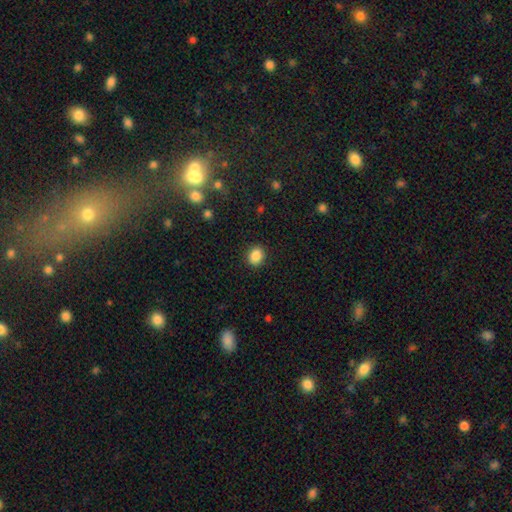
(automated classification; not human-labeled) Q: Smooth or featured?
A: smooth (87%); runner-up: star or artifact (9%)
Q: How rounded?
A: round (54%); runner-up: in between (45%)
Q: Merging?
A: none (89%); runner-up: minor disturbance (8%)